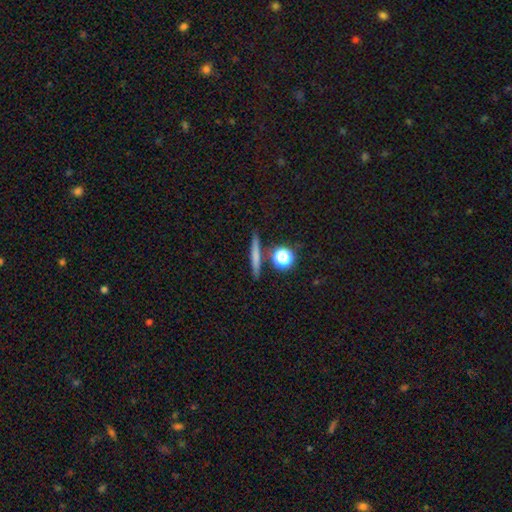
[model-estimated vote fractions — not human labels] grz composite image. It shows a smooth galaxy with no disk features (61%) that is cigar-shaped (80%). Merging: none (84%).